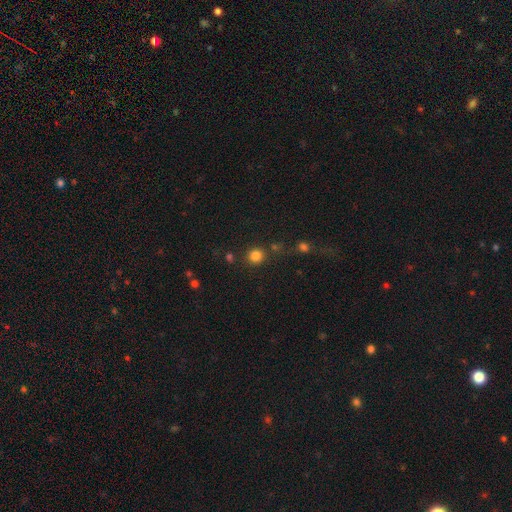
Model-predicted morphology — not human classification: The model was most divided on "smooth or featured": smooth: 82%, star or artifact: 13%, featured or disk: 5%. More confident: how rounded — round (91%); merging — none (80%).